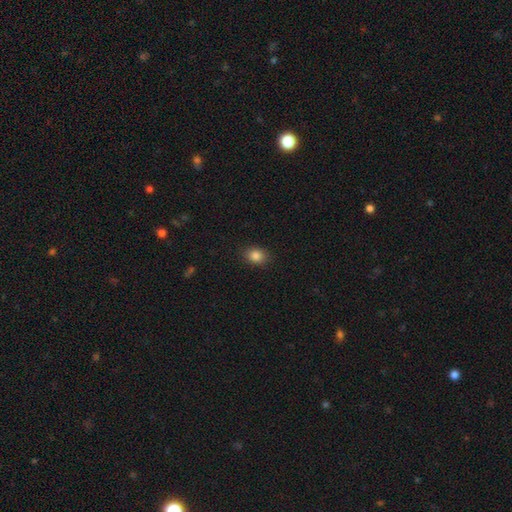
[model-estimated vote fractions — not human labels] This is clearly a smooth galaxy (85%). How rounded: possibly in between (59%). Merging: clearly none (88%).